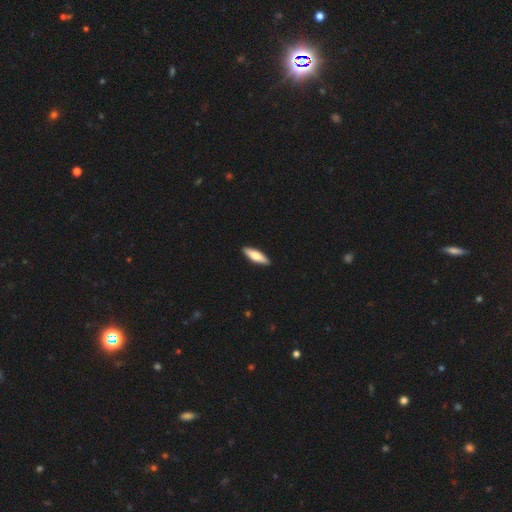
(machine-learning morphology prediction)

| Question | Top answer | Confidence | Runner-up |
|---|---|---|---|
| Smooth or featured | smooth | 65% | featured or disk (30%) |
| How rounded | cigar-shaped | 57% | in between (41%) |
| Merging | none | 91% | minor disturbance (6%) |